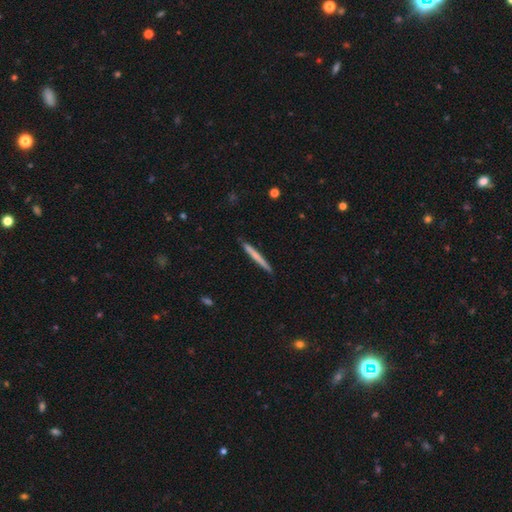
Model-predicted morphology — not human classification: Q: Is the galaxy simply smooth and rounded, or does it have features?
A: smooth — 63%.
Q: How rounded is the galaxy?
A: cigar-shaped — 97%.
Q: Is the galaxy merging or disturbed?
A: none — 89%.